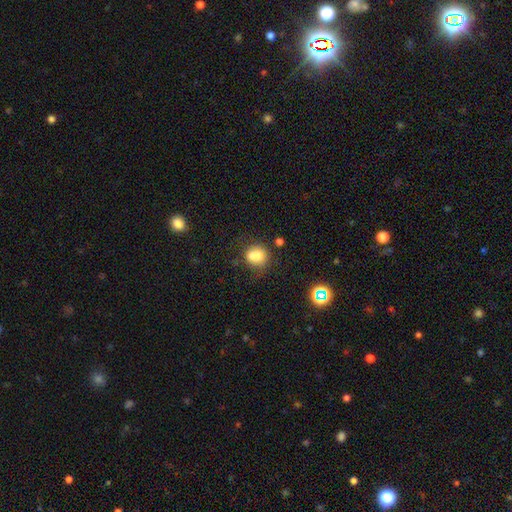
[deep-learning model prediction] smooth_or_featured: smooth (p=0.71) [alt: featured or disk p=0.16]
how_rounded: round (p=0.72) [alt: in between p=0.27]
merging: merger (p=0.40) [tied with: none p=0.40]